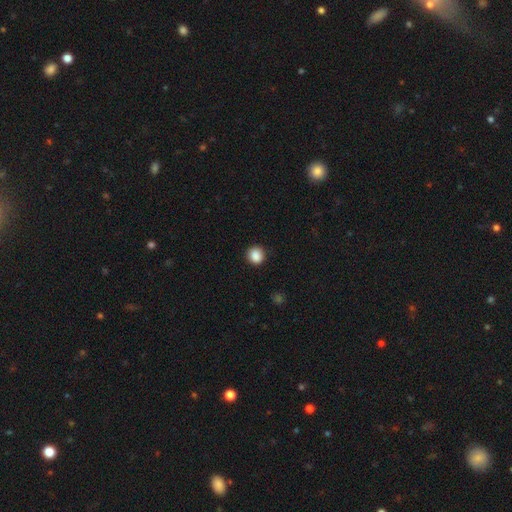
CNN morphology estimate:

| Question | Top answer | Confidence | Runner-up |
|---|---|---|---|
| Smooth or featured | smooth | 88% | star or artifact (10%) |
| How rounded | round | 87% | in between (12%) |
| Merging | none | 89% | minor disturbance (8%) |